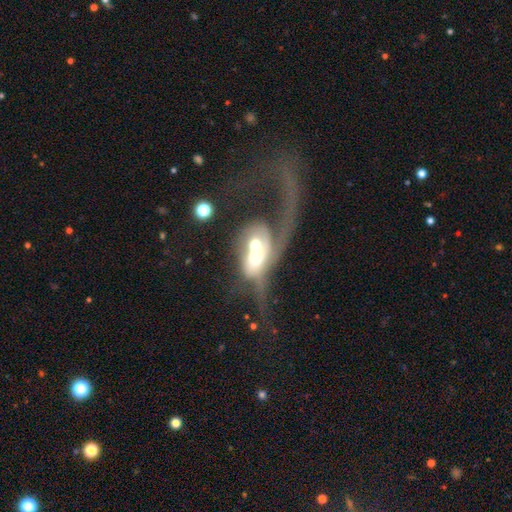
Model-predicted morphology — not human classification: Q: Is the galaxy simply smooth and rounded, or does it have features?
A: featured or disk — 59%.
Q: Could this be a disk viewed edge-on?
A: no — 84%.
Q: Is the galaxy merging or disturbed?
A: merger — 62%.